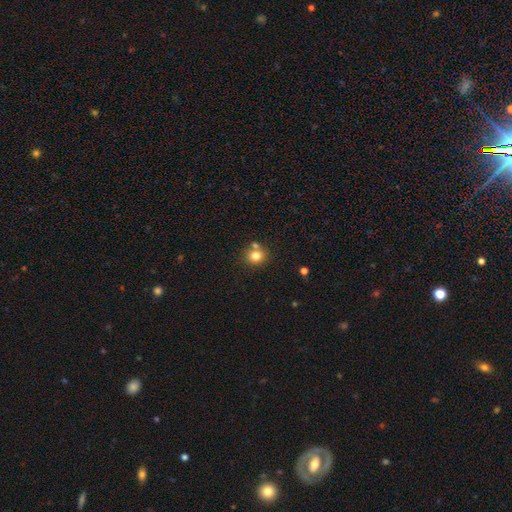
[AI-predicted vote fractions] Smooth or featured: smooth — 79% (star or artifact — 12%)
How rounded: round — 80% (in between — 19%)
Merging: none — 66% (merger — 22%)